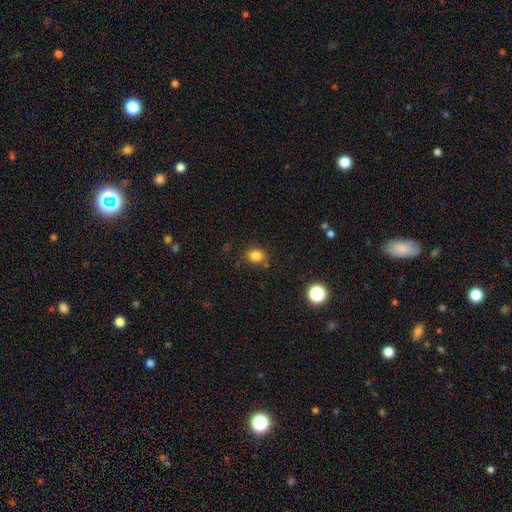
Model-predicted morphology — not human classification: smooth 83%, star or artifact 12%, featured or disk 5%. Down the decision tree: how rounded — round (58%); merging — none (77%).